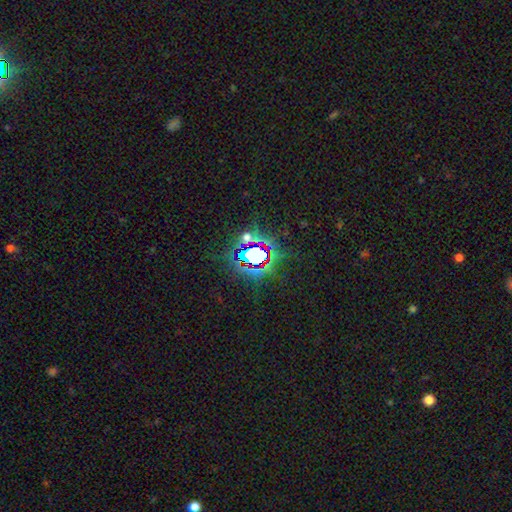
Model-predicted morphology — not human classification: This is likely a star or artifact rather than a galaxy (74%).